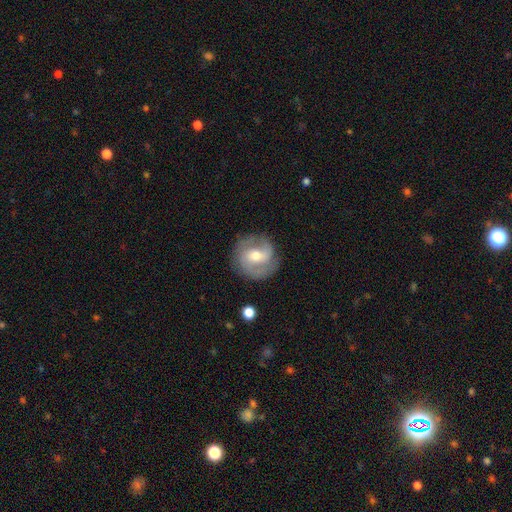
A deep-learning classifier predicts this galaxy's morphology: The model was most divided on "bar": weak: 47%, no: 35%, strong: 18%. Remaining: edge-on disk — no (97%); spiral arms — yes (90%); merging — none (81%); smooth or featured — featured or disk (74%); spiral arm count — 2 (67%); bulge size — moderate (66%); spiral winding — medium (47%).